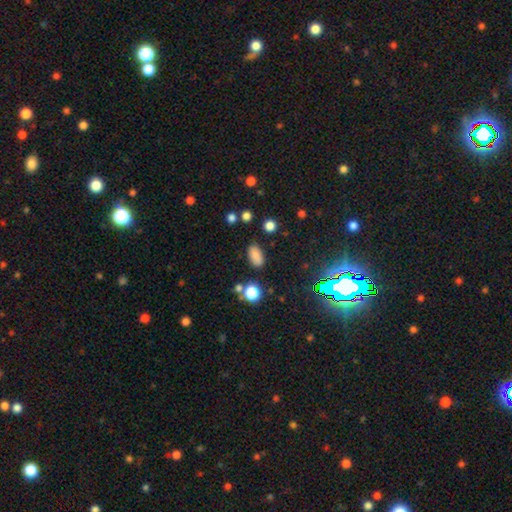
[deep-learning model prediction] This is clearly a smooth galaxy (82%). How rounded: clearly in between (89%). Merging: clearly none (81%).